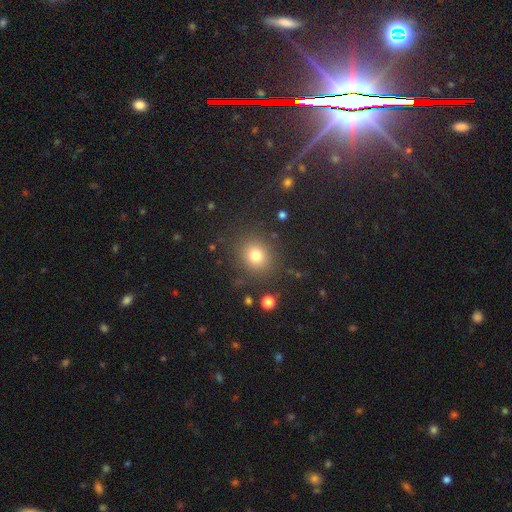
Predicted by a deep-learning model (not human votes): Smooth or featured? smooth (77%)
How rounded? round (83%)
Merging? none (85%)